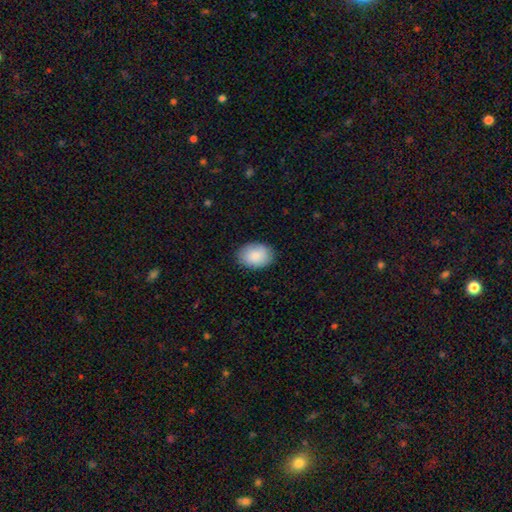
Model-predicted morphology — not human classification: Smooth or featured?
  - smooth: 87% *
  - featured or disk: 7%
  - star or artifact: 6%
How rounded?
  - in between: 78% *
  - round: 21%
  - cigar-shaped: 1%
Merging?
  - none: 86% *
  - minor disturbance: 10%
  - major disturbance: 2%
  - merger: 1%